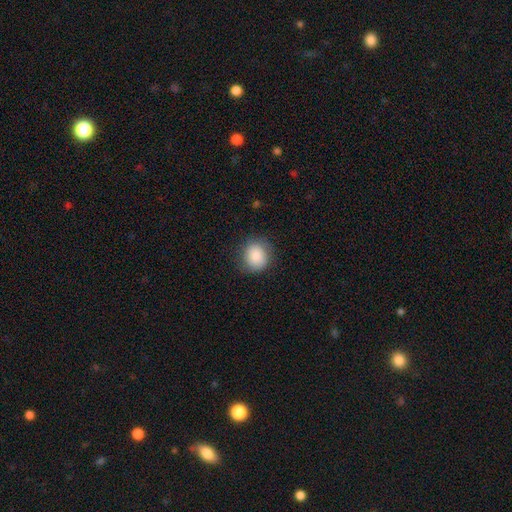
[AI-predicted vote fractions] Overall: smooth (86%). How rounded: round (79%). Merging: none (81%).